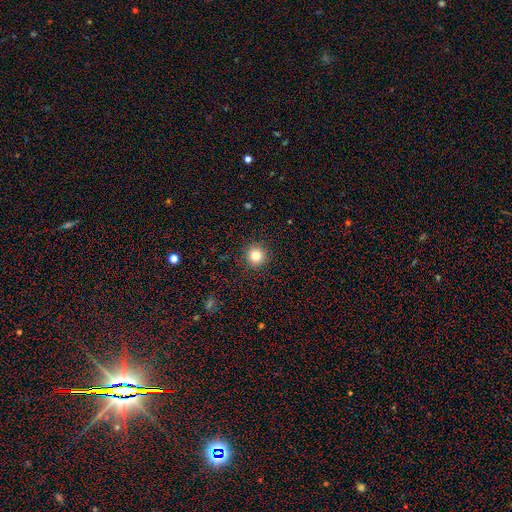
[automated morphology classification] smooth-or-featured: smooth: 80% | star or artifact: 13% | featured or disk: 7%
  how-rounded: round: 95% | in between: 4% | cigar-shaped: 1%
  merging: none: 92% | minor disturbance: 5% | major disturbance: 2% | merger: 1%